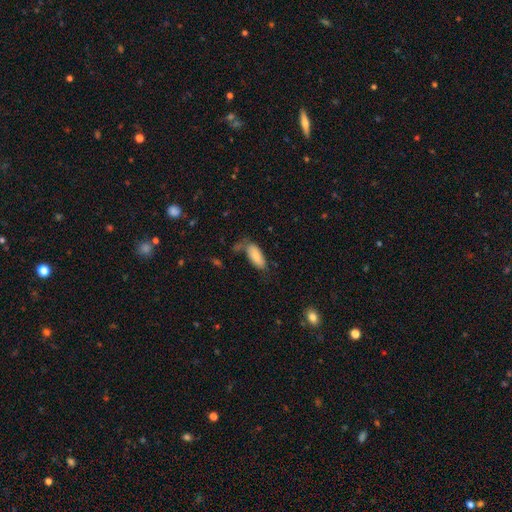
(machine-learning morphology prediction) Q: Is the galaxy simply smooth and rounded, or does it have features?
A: smooth — 82%.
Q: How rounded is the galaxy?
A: in between — 83%.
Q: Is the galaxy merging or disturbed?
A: none — 54%.